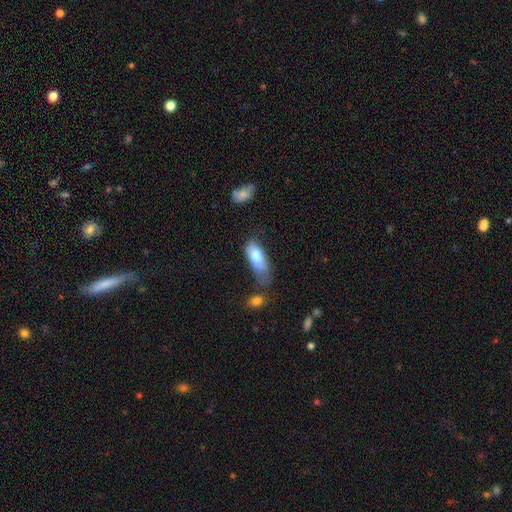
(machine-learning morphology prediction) Smooth or featured: smooth — 73% (featured or disk — 20%)
How rounded: in between — 80% (cigar-shaped — 17%)
Merging: minor disturbance — 32% (major disturbance — 29%)